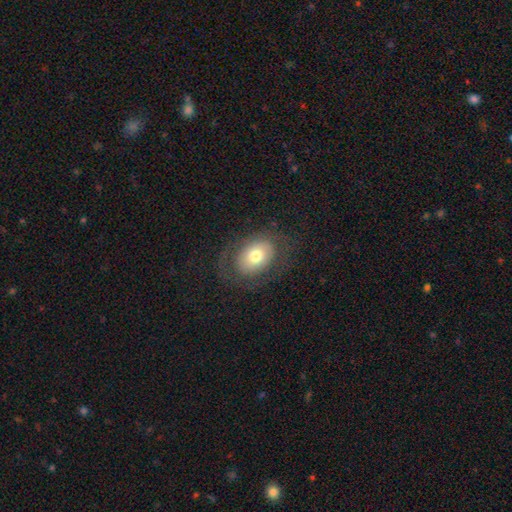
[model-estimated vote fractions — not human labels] The model was most divided on "smooth or featured": smooth: 62%, featured or disk: 29%, star or artifact: 9%. More confident: merging — none (73%); how rounded — in between (73%).